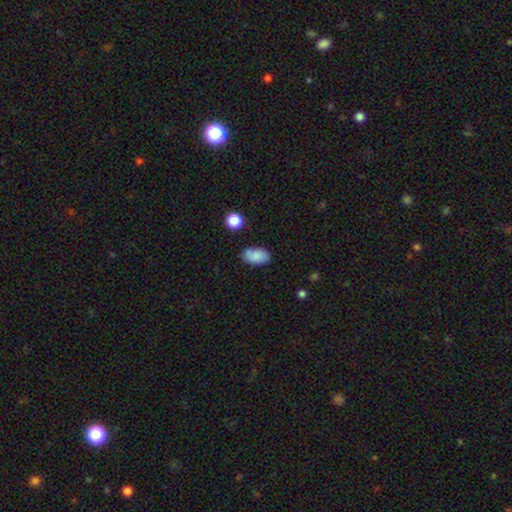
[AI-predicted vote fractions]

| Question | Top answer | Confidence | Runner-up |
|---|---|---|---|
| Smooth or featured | smooth | 83% | featured or disk (8%) |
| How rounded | in between | 92% | round (6%) |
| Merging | none | 71% | minor disturbance (19%) |